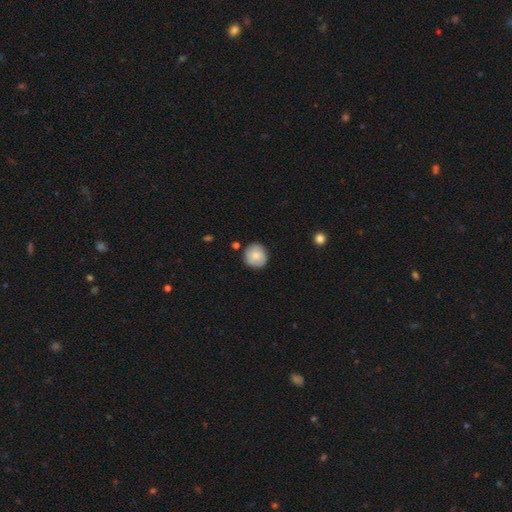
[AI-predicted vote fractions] Smooth or featured? smooth (74%)
How rounded? round (91%)
Merging? none (85%)